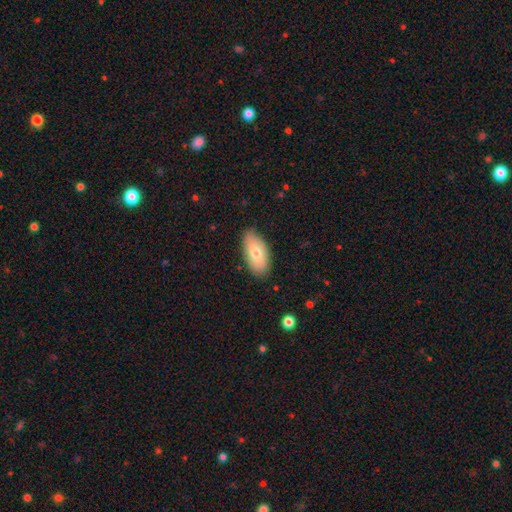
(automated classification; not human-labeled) Smooth or featured? Predicted: smooth (p=0.72). How rounded? Predicted: in between (p=0.92). Merging? Predicted: none (p=0.81).